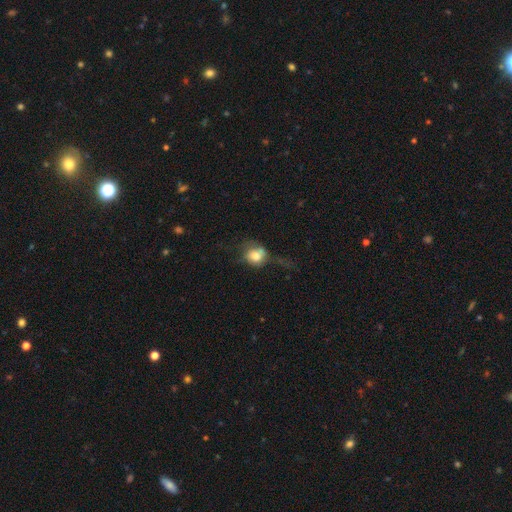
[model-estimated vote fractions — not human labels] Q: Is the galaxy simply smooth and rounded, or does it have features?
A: smooth — 70%.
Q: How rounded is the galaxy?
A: round — 73%.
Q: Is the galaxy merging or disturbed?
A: major disturbance — 35%.